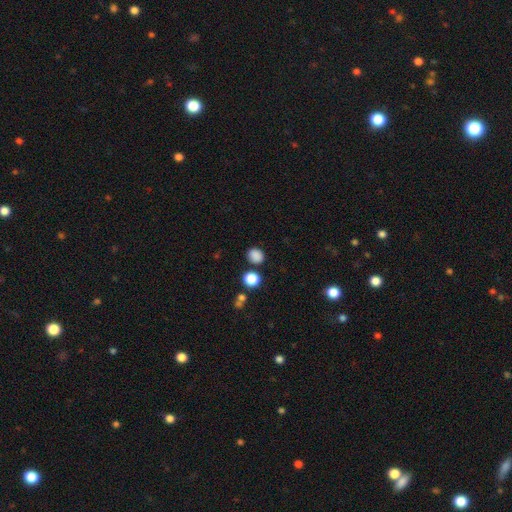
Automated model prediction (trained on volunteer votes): smooth-or-featured: smooth: 84% | star or artifact: 12% | featured or disk: 3%
  how-rounded: round: 65% | in between: 34% | cigar-shaped: 1%
  merging: none: 80% | minor disturbance: 11% | merger: 6% | major disturbance: 3%